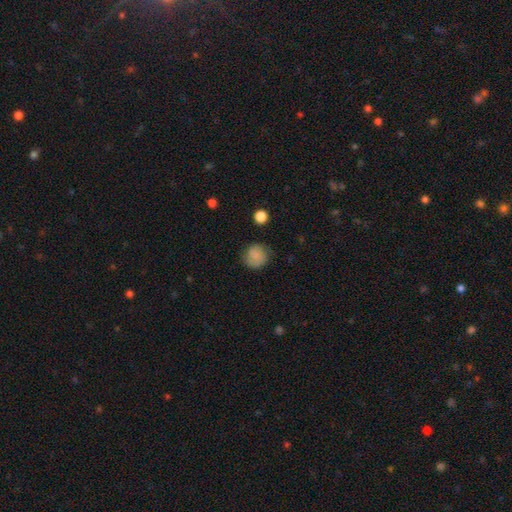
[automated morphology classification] This is likely a smooth galaxy (79%). How rounded: clearly round (88%). Merging: likely none (77%).